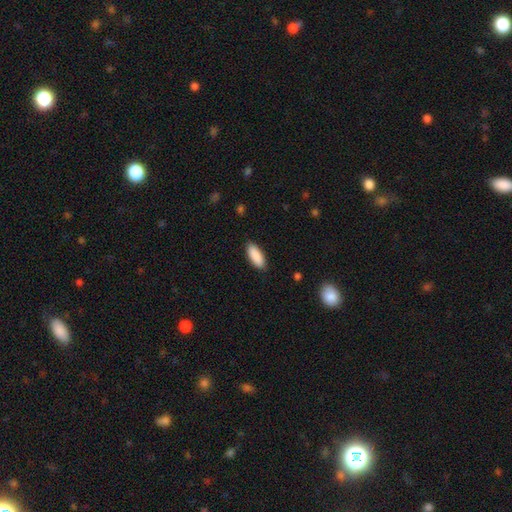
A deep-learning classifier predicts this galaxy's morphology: A smooth galaxy with no disk features (90%) that is in between round and cigar-shaped (78%).

Vote fractions:
- Smooth or featured? smooth: 90% / star or artifact: 6% / featured or disk: 4%
- How rounded? in between: 78% / cigar-shaped: 20% / round: 2%
- Merging? none: 88% / minor disturbance: 9% / major disturbance: 2% / merger: 1%